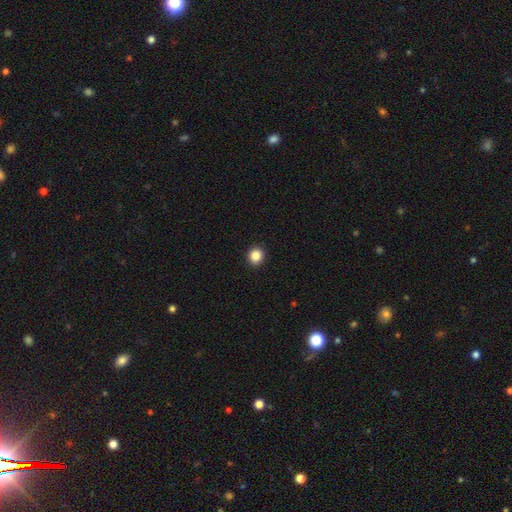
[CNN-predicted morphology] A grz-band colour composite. It shows a smooth galaxy with no disk features (86%) that is round (82%). Merging: none (93%).